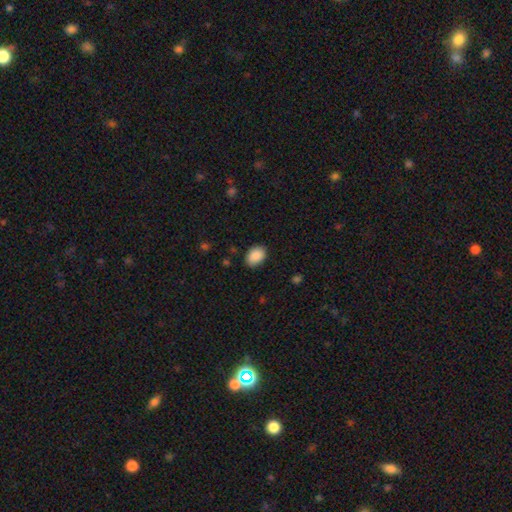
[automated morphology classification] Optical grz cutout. It shows a smooth galaxy with no disk features (89%) that is in between round and cigar-shaped (80%). Merging: none (83%).